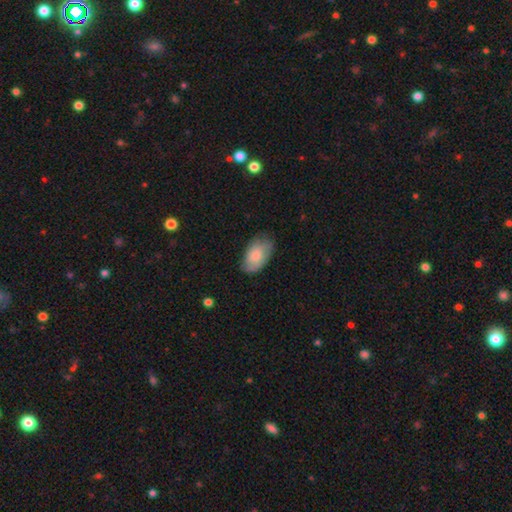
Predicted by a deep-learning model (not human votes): smooth 79%, featured or disk 15%, star or artifact 6%. Down the decision tree: how rounded — in between (94%); merging — none (68%).